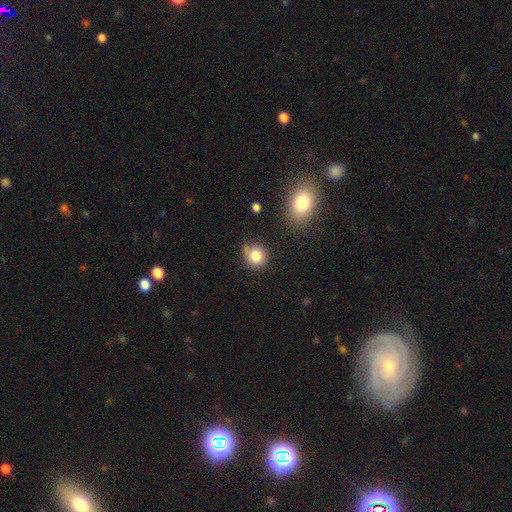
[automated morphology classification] This is clearly a smooth galaxy (82%). How rounded: likely round (78%). Merging: likely none (65%).